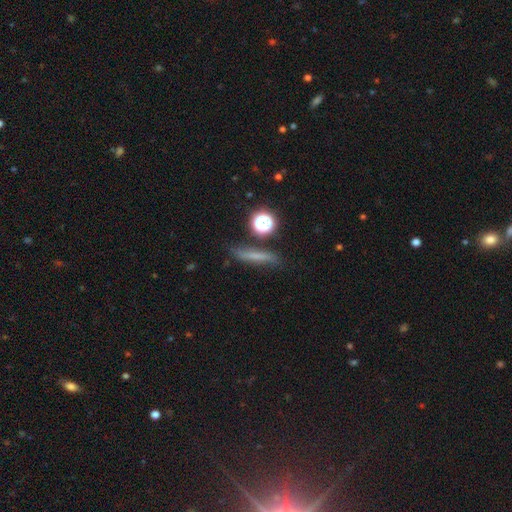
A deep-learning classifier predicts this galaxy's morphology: A smooth galaxy with no disk features (59%) that is cigar-shaped (80%). Merging: none (75%).